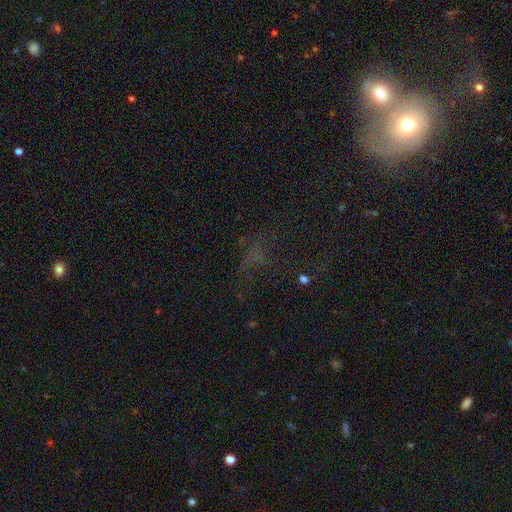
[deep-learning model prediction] Smooth or featured: star or artifact — 50% (smooth — 28%)